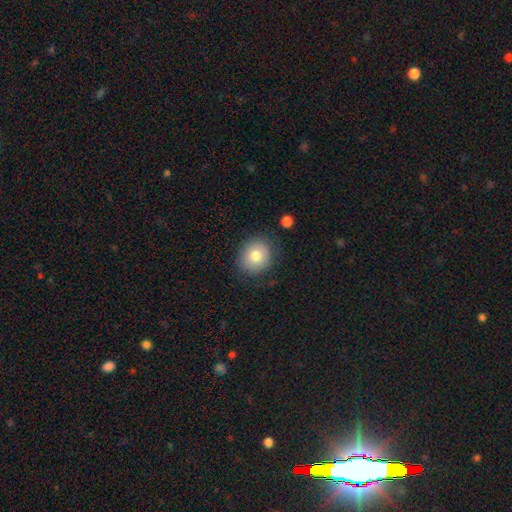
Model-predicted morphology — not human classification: smooth 77%, featured or disk 14%, star or artifact 9%. Down the decision tree: how rounded — round (71%); merging — none (82%).